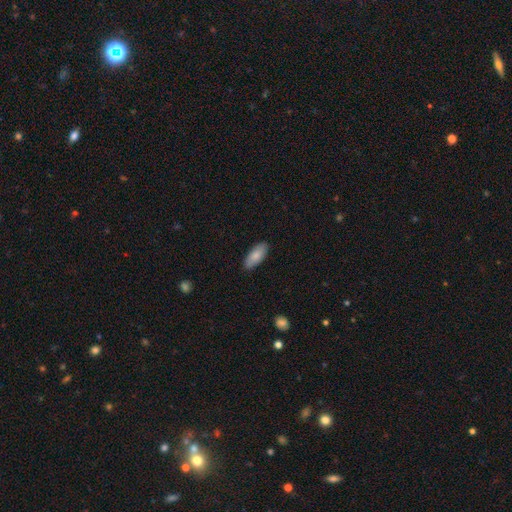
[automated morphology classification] The model was most divided on "how rounded": in between: 82%, cigar-shaped: 16%, round: 2%. More confident: merging — none (87%); smooth or featured — smooth (83%).